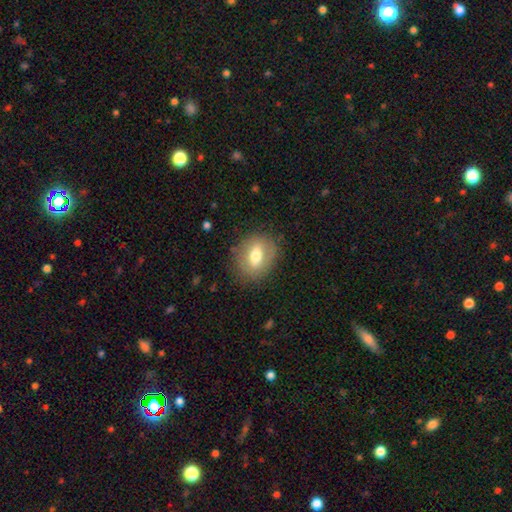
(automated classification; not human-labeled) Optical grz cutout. It shows a smooth galaxy with no disk features (62%) that is in between round and cigar-shaped (54%). Merging: none (82%).